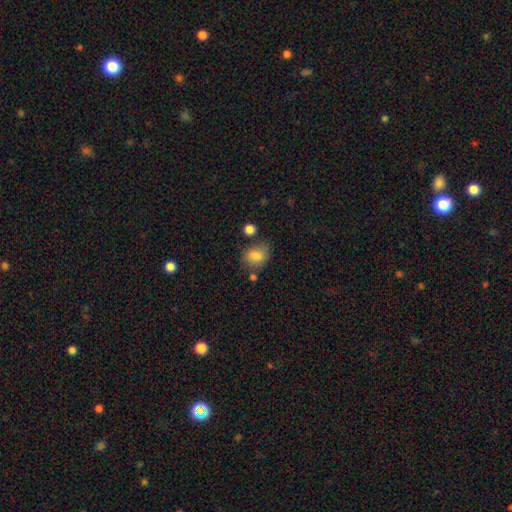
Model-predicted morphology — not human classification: The model was most divided on "how rounded": in between: 53%, round: 46%, cigar-shaped: 1%. More confident: smooth or featured — smooth (82%); merging — none (68%).